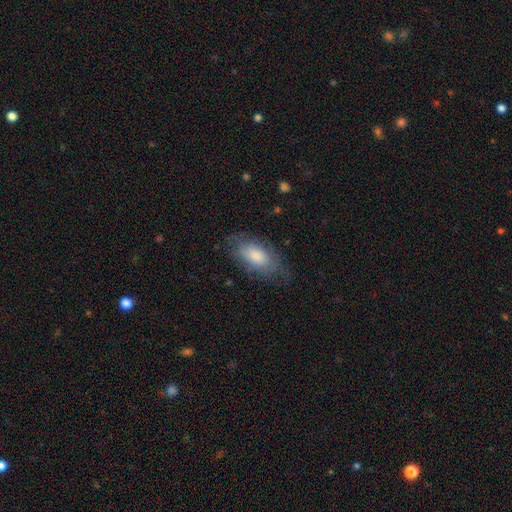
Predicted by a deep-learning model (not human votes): Smooth or featured? Predicted: smooth (p=0.69). How rounded? Predicted: in between (p=0.90). Merging? Predicted: none (p=0.69).